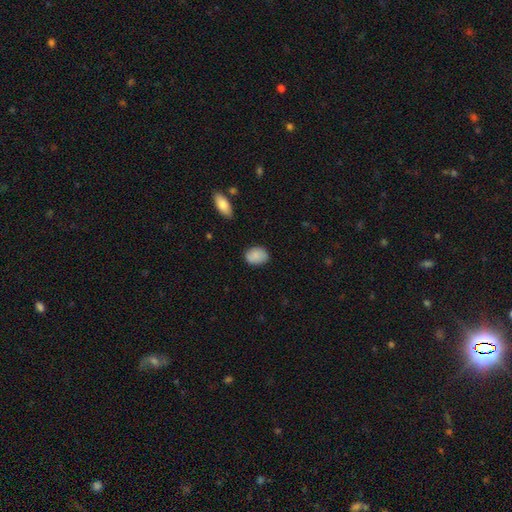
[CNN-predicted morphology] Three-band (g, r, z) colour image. It shows a smooth galaxy with no disk features (87%) that is in between round and cigar-shaped (68%). Merging: none (81%).